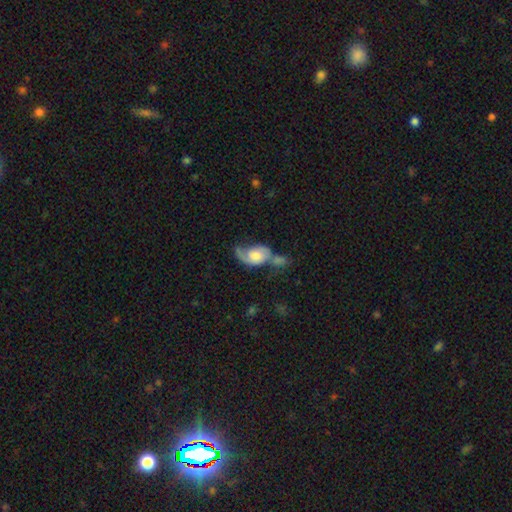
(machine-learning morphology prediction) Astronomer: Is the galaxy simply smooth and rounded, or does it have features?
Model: featured or disk — 64%.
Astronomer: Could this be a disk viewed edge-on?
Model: no — 96%.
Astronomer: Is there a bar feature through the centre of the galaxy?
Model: no — 69%.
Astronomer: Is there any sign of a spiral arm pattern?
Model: yes — 87%.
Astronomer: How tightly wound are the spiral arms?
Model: loose — 47% (runner-up: medium, 37%).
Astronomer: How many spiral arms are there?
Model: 2 — 65%.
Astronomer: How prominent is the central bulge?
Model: moderate — 48% (runner-up: large, 28%).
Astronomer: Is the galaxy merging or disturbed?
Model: merger — 41% (runner-up: none, 24%).